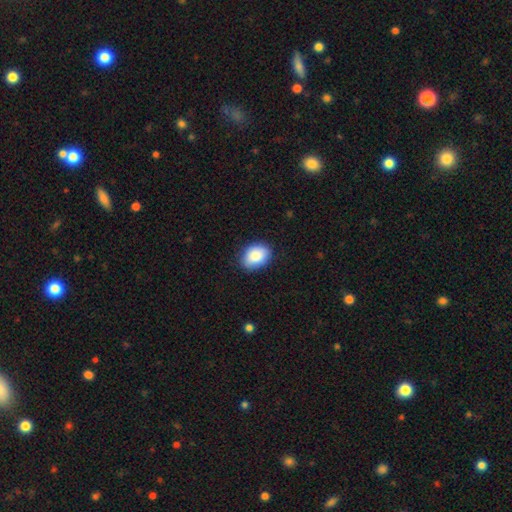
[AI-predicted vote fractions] This appears to be a smooth galaxy with no disk features (87%) that is in between round and cigar-shaped (76%). Merging: none (85%).